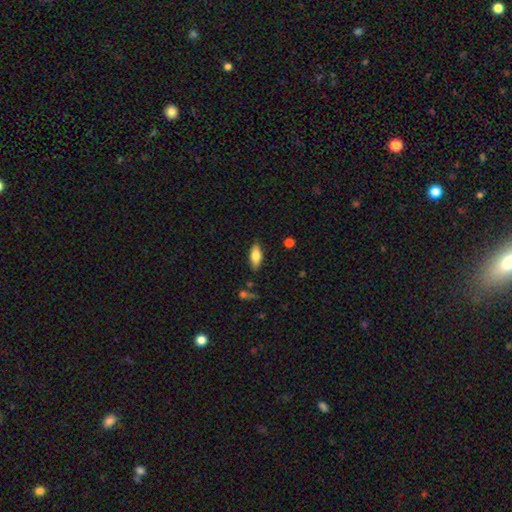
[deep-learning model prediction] Q: Smooth or featured?
A: smooth (71%); runner-up: featured or disk (22%)
Q: How rounded?
A: in between (76%); runner-up: cigar-shaped (21%)
Q: Merging?
A: none (85%); runner-up: minor disturbance (11%)